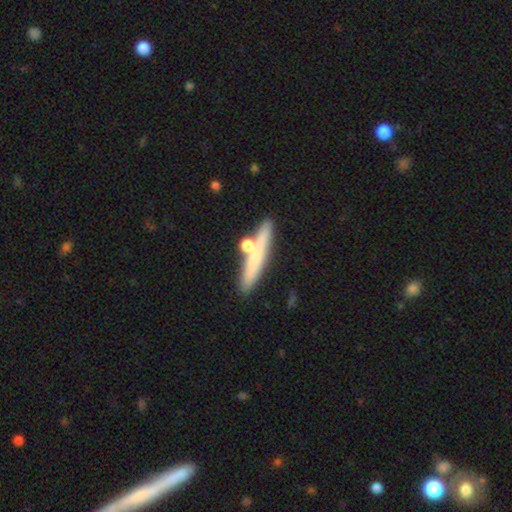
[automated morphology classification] The model was most divided on "smooth or featured": smooth: 60%, featured or disk: 32%, star or artifact: 8%. More confident: how rounded — cigar-shaped (87%); merging — none (73%).